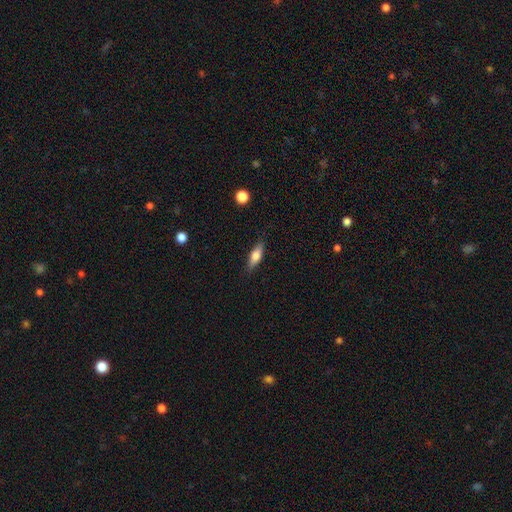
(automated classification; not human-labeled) Morphology: type=smooth (66%); roundness=in between (57%); merging=none (85%).